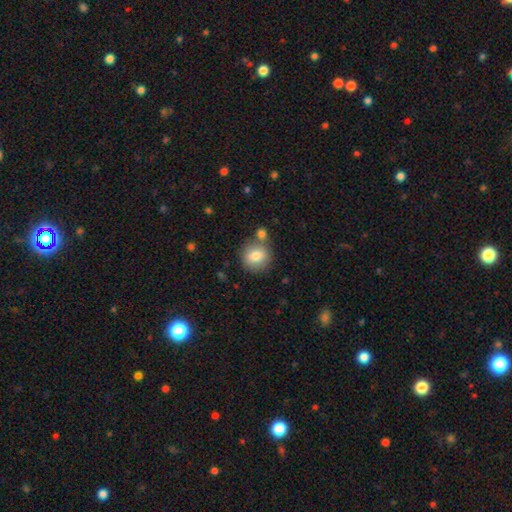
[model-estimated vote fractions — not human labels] Smooth or featured: smooth — 79% (featured or disk — 12%)
How rounded: round — 88% (in between — 11%)
Merging: none — 71% (merger — 16%)